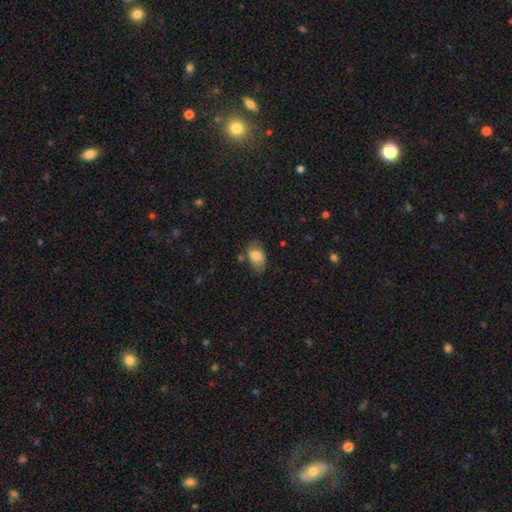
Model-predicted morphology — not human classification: This appears to be a smooth galaxy with no disk features (80%) that is in between round and cigar-shaped (87%). Merging: none (60%).